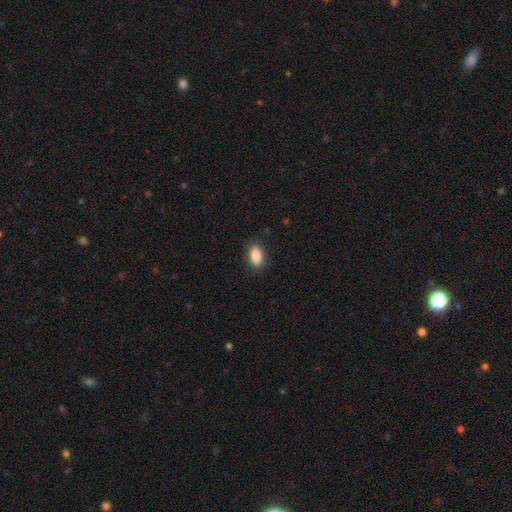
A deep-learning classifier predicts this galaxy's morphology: smooth 88%, star or artifact 8%, featured or disk 5%. Down the decision tree: how rounded — in between (89%); merging — none (87%).